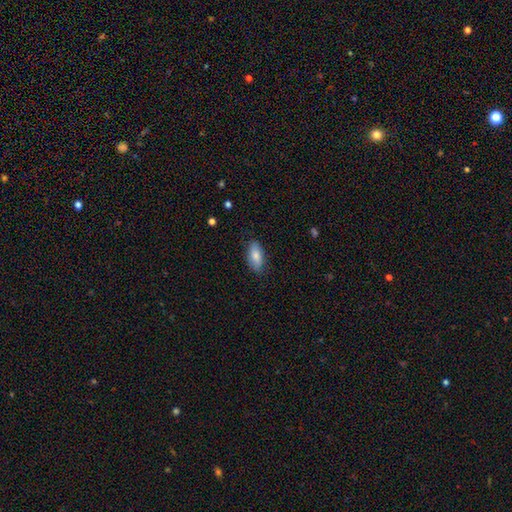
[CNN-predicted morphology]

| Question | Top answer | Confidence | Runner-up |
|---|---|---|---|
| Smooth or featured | smooth | 82% | featured or disk (12%) |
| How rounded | in between | 86% | cigar-shaped (12%) |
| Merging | none | 83% | minor disturbance (13%) |